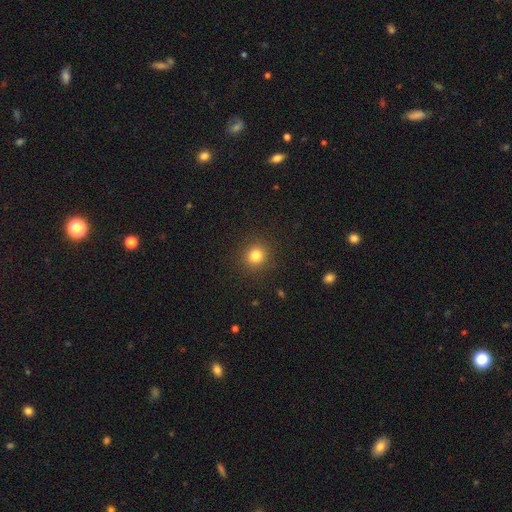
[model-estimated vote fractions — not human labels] A smooth galaxy with no disk features (81%) that is round (91%).

Vote fractions:
- Smooth or featured? smooth: 81% / star or artifact: 13% / featured or disk: 6%
- How rounded? round: 91% / in between: 8% / cigar-shaped: 1%
- Merging? none: 91% / minor disturbance: 6% / major disturbance: 2% / merger: 1%